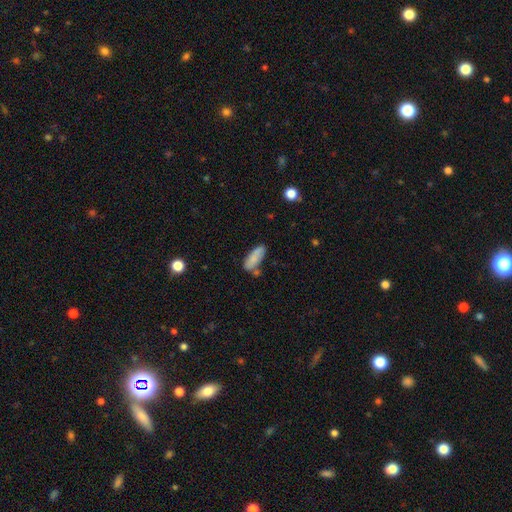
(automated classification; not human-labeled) A smooth galaxy with no disk features (81%) that is in between round and cigar-shaped (68%). Merging: none (62%).